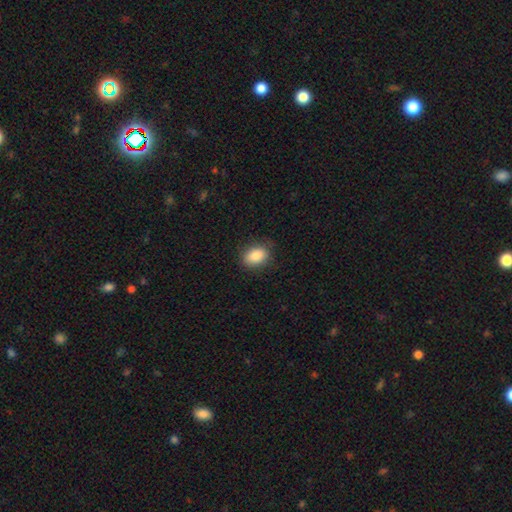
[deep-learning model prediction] Overall: smooth (87%). How rounded: in between (78%). Merging: none (84%).